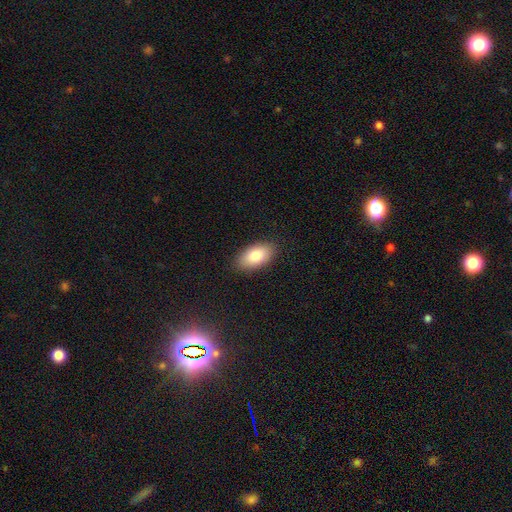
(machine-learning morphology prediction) Smooth or featured? Predicted: smooth (p=0.84). How rounded? Predicted: in between (p=0.94). Merging? Predicted: none (p=0.88).